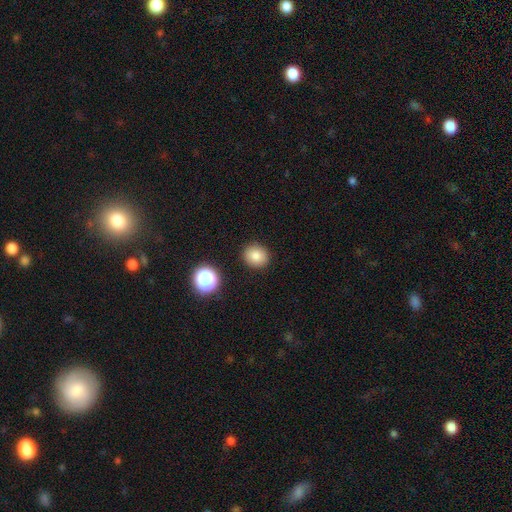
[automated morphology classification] smooth_or_featured: smooth (p=0.82) [alt: star or artifact p=0.12]
how_rounded: round (p=0.83) [alt: in between p=0.16]
merging: none (p=0.90) [alt: minor disturbance p=0.06]